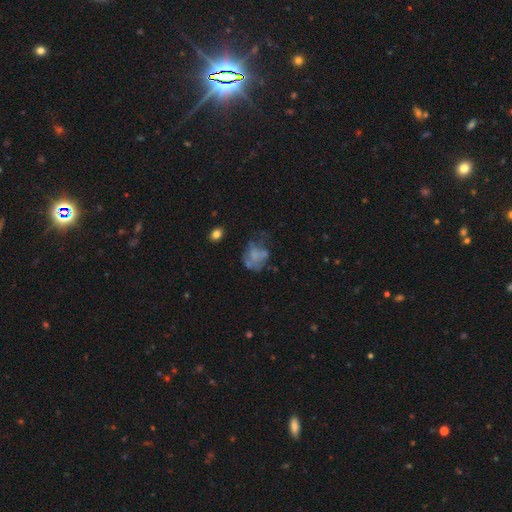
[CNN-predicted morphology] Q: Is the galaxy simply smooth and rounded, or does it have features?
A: featured or disk — 43%, tied with smooth.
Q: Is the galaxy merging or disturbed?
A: none — 36%.